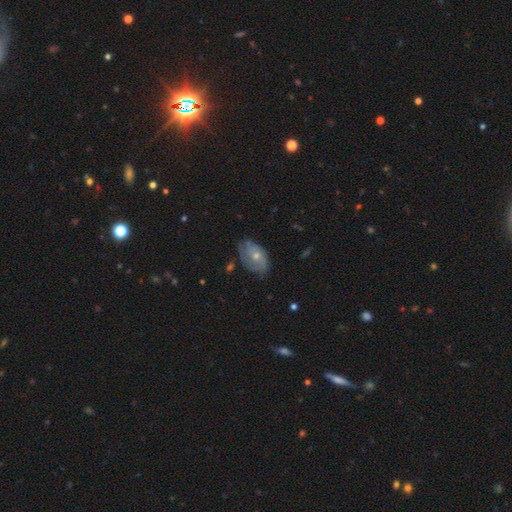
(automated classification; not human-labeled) Smooth or featured: featured or disk — 50% (smooth — 43%)
Merging: none — 61% (minor disturbance — 29%)